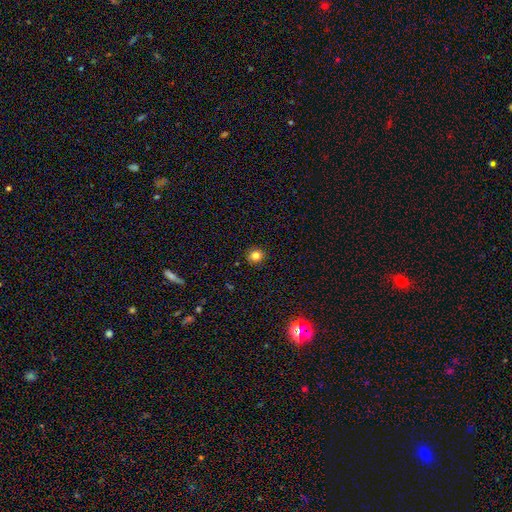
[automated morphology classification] Smooth or featured?
  - smooth: 82% *
  - star or artifact: 12%
  - featured or disk: 6%
How rounded?
  - round: 89% *
  - in between: 11%
  - cigar-shaped: 1%
Merging?
  - none: 91% *
  - minor disturbance: 6%
  - major disturbance: 2%
  - merger: 1%